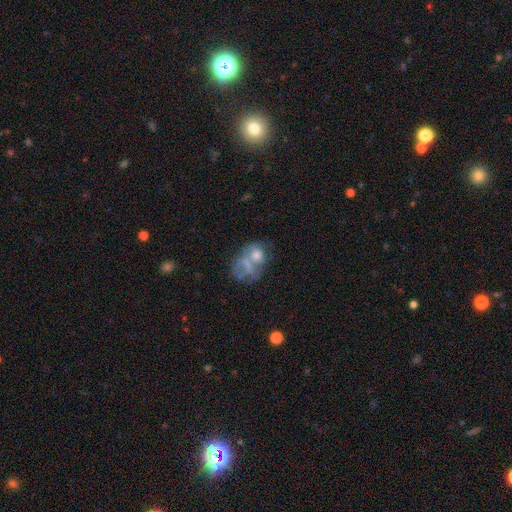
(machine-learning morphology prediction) This appears to be a featured or disk galaxy (45%). Merging: merger (32%).